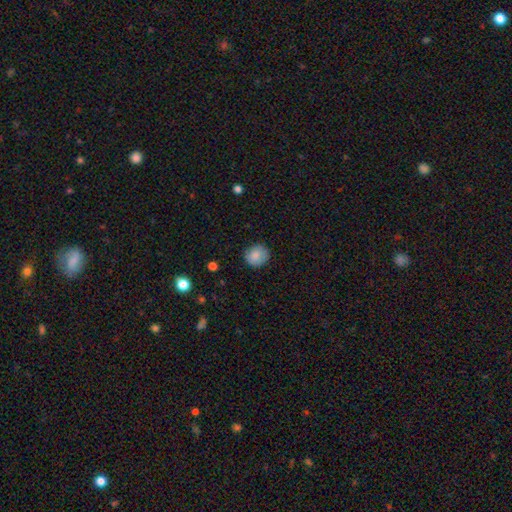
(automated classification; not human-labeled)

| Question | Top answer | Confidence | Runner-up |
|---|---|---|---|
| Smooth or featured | smooth | 86% | star or artifact (8%) |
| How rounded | round | 82% | in between (17%) |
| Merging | none | 85% | minor disturbance (12%) |